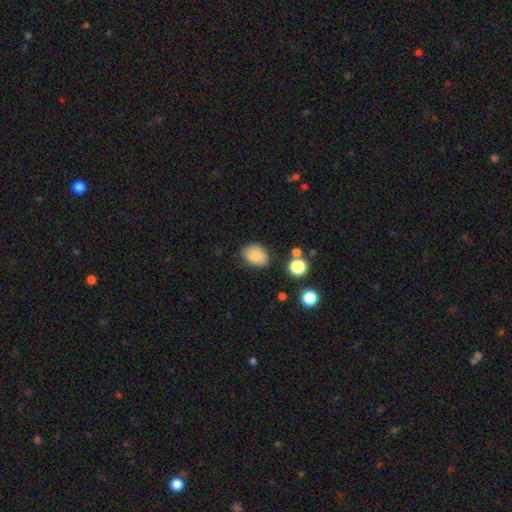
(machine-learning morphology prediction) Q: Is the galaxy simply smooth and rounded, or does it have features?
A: smooth — 83%.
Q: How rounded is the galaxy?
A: in between — 59%.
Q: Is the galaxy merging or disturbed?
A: none — 75%.